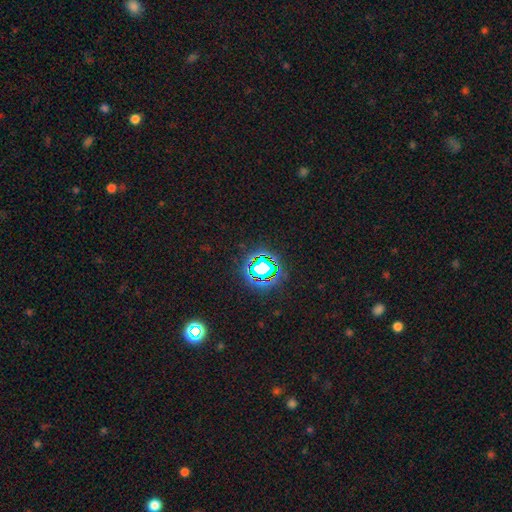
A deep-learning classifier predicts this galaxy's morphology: smooth_or_featured: star or artifact (p=0.79) [alt: smooth p=0.13]